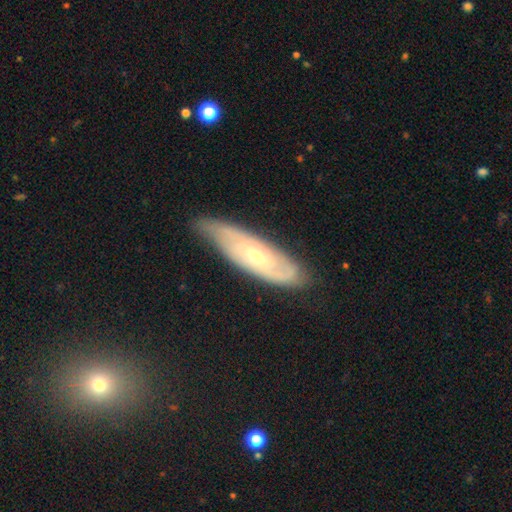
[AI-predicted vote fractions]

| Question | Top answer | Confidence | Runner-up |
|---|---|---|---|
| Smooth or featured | featured or disk | 73% | smooth (21%) |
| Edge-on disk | no | 81% | yes (19%) |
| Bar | no | 57% | weak (35%) |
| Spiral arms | yes | 89% | no (11%) |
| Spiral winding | tight | 55% | medium (34%) |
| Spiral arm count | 2 | 44% | can't tell (39%) |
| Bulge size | small | 65% | moderate (32%) |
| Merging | none | 70% | minor disturbance (24%) |